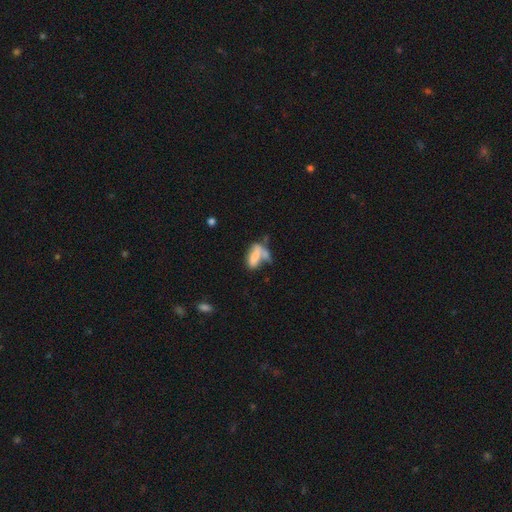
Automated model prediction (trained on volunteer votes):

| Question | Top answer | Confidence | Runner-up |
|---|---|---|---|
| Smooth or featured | smooth | 67% | featured or disk (23%) |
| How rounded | in between | 74% | cigar-shaped (22%) |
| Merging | merger | 38% | none (26%) |